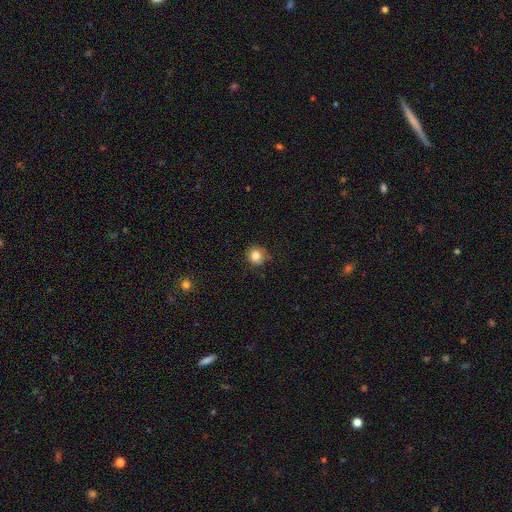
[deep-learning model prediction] Morphology: type=smooth (84%); roundness=round (90%); merging=none (80%).